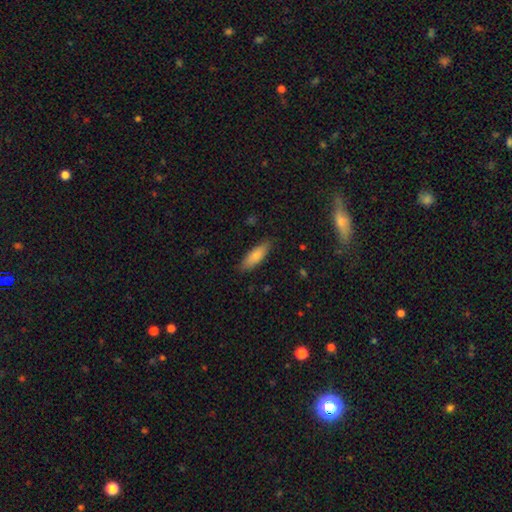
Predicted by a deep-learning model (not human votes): smooth_or_featured: smooth (p=0.78) [alt: featured or disk p=0.15]
how_rounded: in between (p=0.57) [alt: cigar-shaped p=0.42]
merging: none (p=0.84) [alt: minor disturbance p=0.12]